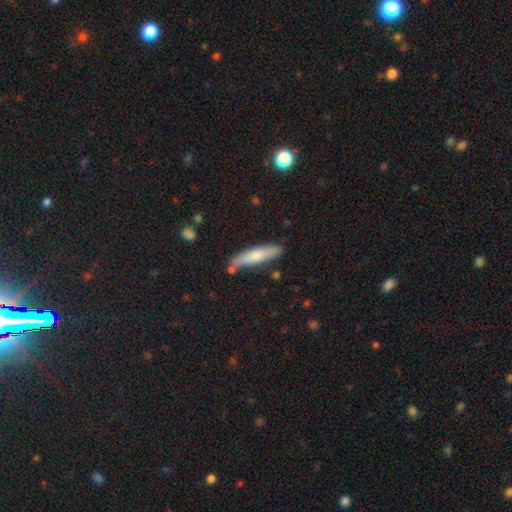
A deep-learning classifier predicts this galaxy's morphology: Smooth or featured? Predicted: smooth (p=0.68). How rounded? Predicted: cigar-shaped (p=0.82). Merging? Predicted: none (p=0.78).